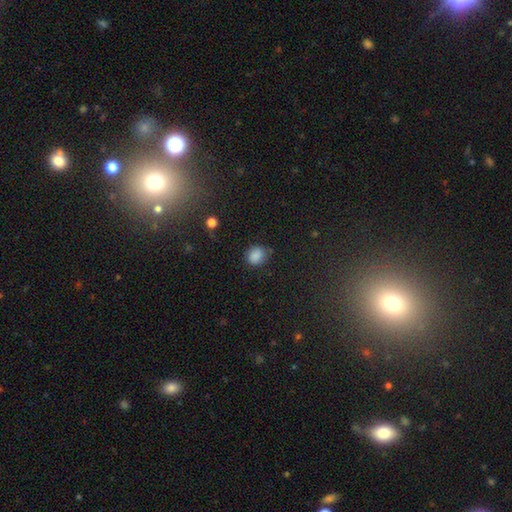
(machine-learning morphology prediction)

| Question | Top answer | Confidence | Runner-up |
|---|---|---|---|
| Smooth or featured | smooth | 84% | star or artifact (10%) |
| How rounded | round | 62% | in between (37%) |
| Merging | none | 72% | minor disturbance (21%) |